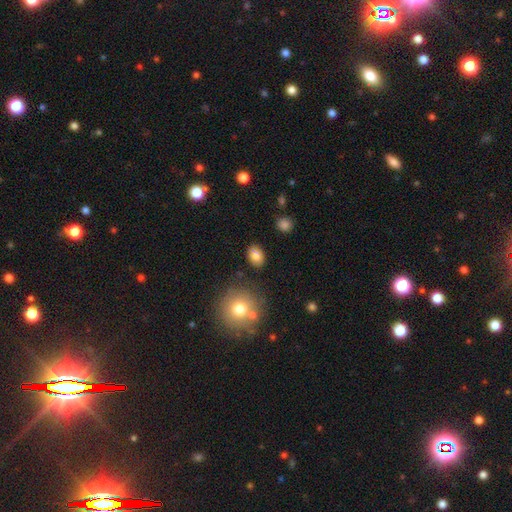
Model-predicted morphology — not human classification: This is clearly a smooth galaxy (81%). How rounded: likely in between (72%). Merging: clearly none (82%).